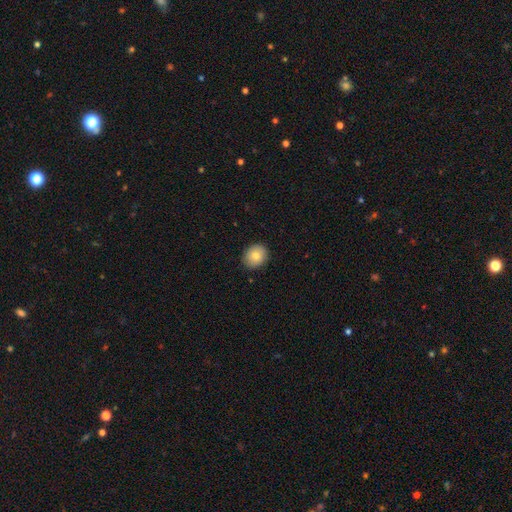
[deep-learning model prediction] Overall: smooth (80%). How rounded: round (65%; in between 34%). Merging: none (89%).